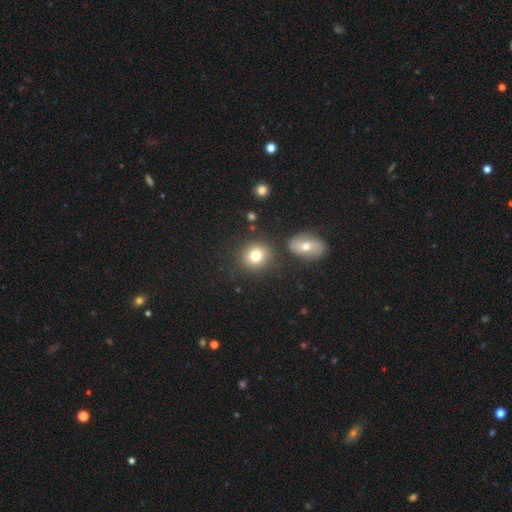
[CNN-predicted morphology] Smooth or featured? Predicted: smooth (p=0.78). How rounded? Predicted: round (p=0.80). Merging? Predicted: none (p=0.79).